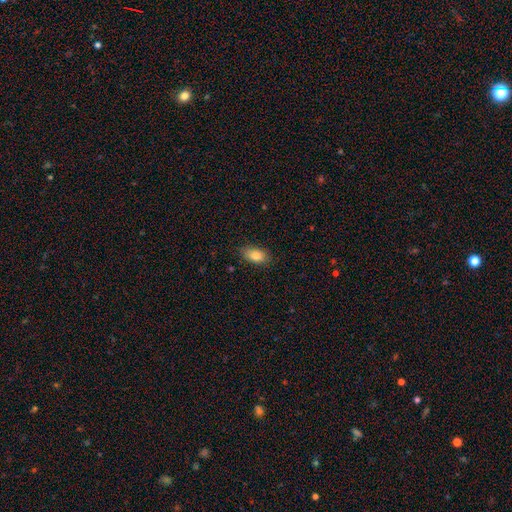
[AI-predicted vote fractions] Morphology: type=smooth (82%); roundness=in between (90%); merging=none (84%).